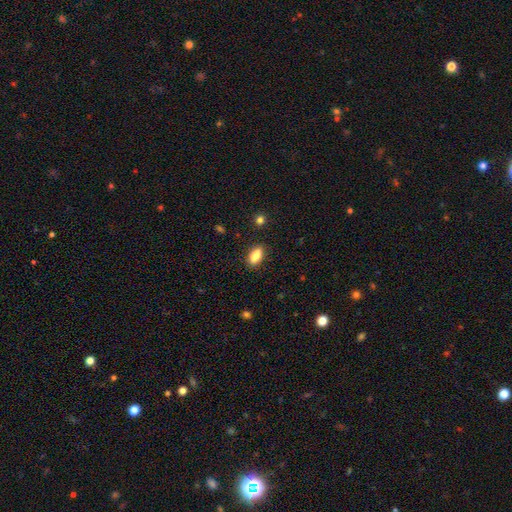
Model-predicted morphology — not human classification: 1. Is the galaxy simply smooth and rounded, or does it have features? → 88% smooth, 8% star or artifact, 5% featured or disk.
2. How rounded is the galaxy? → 90% in between, 6% cigar-shaped, 4% round.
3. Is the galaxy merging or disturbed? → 87% none, 9% minor disturbance, 2% major disturbance, 1% merger.